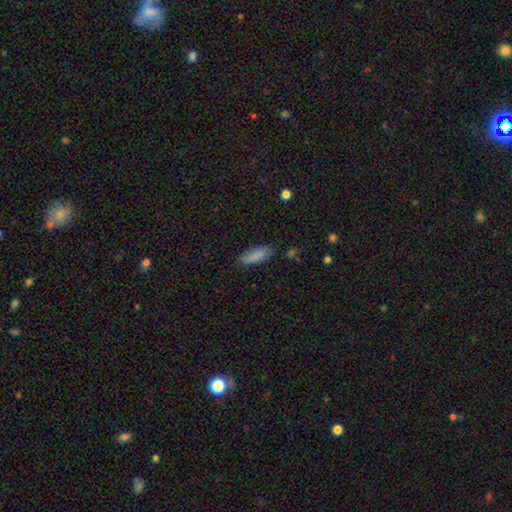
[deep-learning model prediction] Smooth or featured?
  - smooth: 85% *
  - featured or disk: 8%
  - star or artifact: 8%
How rounded?
  - in between: 64% *
  - cigar-shaped: 34%
  - round: 2%
Merging?
  - none: 79% *
  - minor disturbance: 16%
  - major disturbance: 3%
  - merger: 2%